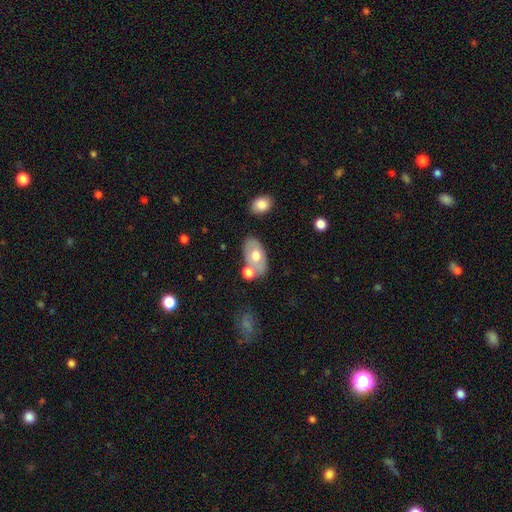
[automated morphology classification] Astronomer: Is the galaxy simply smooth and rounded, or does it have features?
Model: smooth — 60%.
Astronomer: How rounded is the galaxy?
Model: in between — 92%.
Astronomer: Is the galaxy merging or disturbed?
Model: none — 60%.